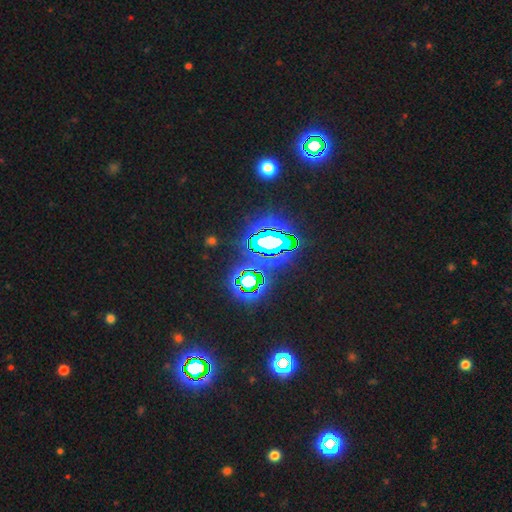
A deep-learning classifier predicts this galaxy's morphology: Smooth or featured: star or artifact — 81% (smooth — 12%)